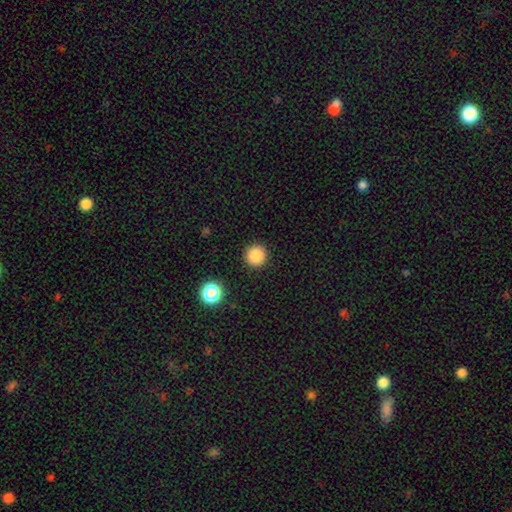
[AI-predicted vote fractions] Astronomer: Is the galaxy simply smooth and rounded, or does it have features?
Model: smooth — 85%.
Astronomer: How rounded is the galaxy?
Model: round — 96%.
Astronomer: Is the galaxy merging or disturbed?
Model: none — 92%.